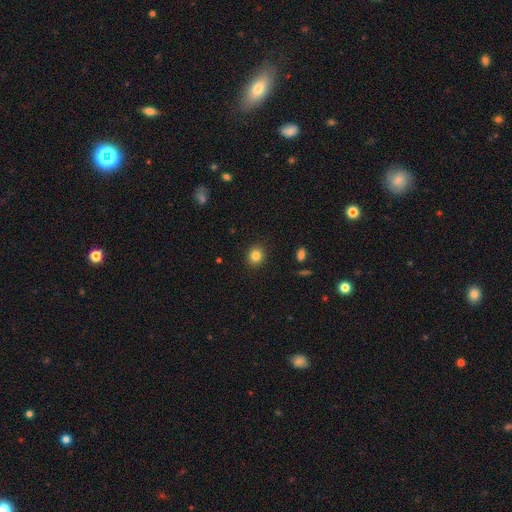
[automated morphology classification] This appears to be a smooth galaxy with no disk features (83%) that is round (78%). Merging: none (91%).